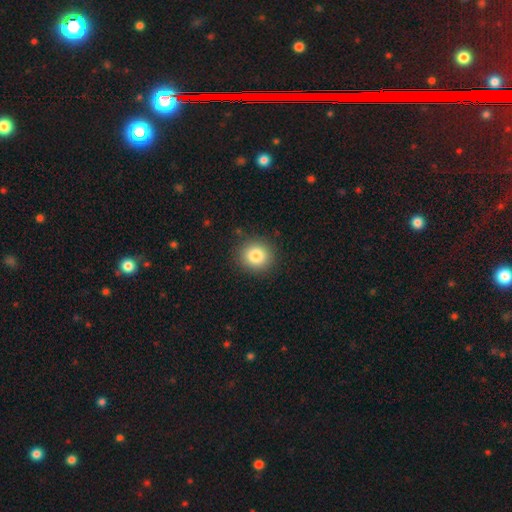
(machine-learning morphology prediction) A smooth galaxy with no disk features (84%) that is round (89%).

Vote fractions:
- Smooth or featured? smooth: 84% / star or artifact: 10% / featured or disk: 6%
- How rounded? round: 89% / in between: 10% / cigar-shaped: 1%
- Merging? none: 90% / minor disturbance: 7% / major disturbance: 2% / merger: 1%